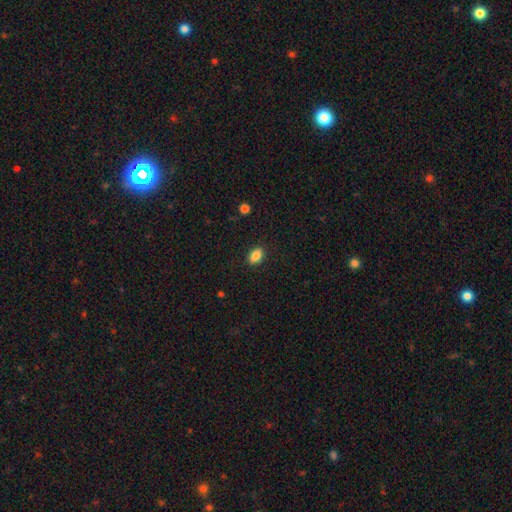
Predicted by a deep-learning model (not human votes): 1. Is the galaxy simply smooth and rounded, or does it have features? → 87% smooth, 9% star or artifact, 5% featured or disk.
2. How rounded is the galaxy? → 84% in between, 14% round, 2% cigar-shaped.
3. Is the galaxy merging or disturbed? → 89% none, 8% minor disturbance, 2% major disturbance, 1% merger.